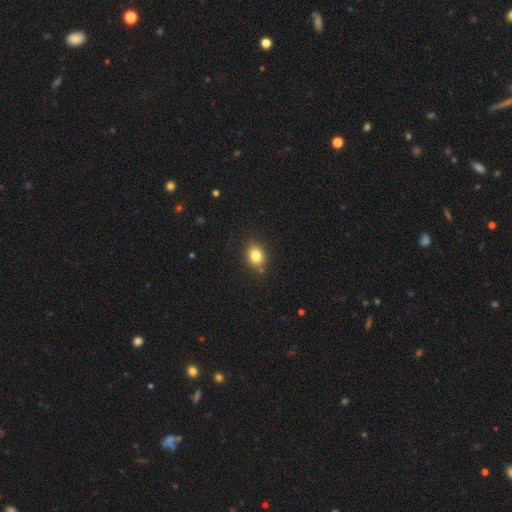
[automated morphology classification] This appears to be a smooth galaxy with no disk features (82%) that is in between round and cigar-shaped (52%). Merging: none (85%).